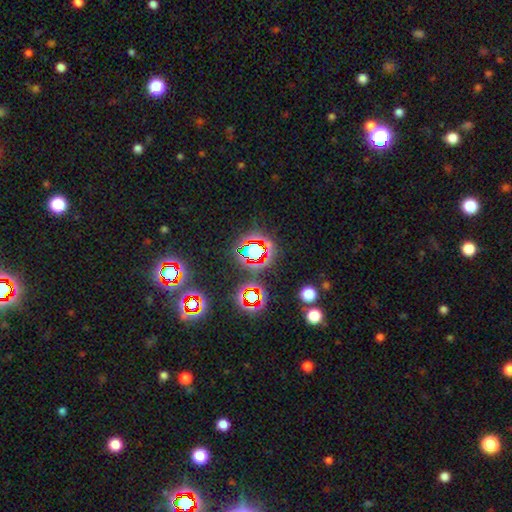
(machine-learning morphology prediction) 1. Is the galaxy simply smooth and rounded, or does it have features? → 70% star or artifact, 17% smooth, 13% featured or disk.